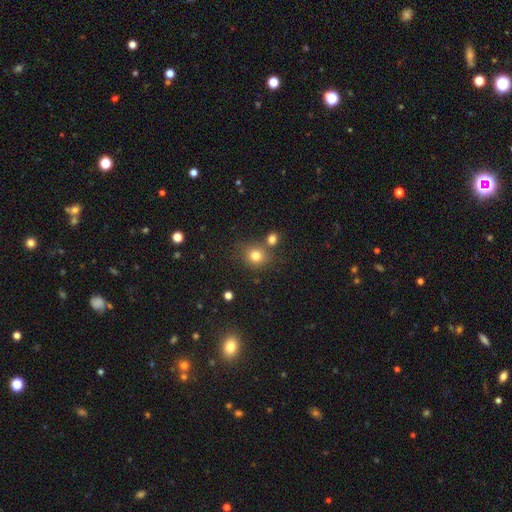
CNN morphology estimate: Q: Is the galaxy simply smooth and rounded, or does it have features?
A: smooth — 79%.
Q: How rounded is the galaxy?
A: round — 82%.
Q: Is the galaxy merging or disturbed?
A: none — 68%.